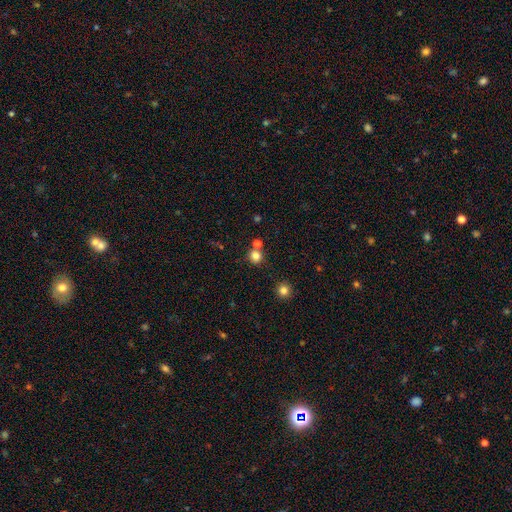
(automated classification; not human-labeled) Morphology: type=smooth (80%); roundness=round (89%); merging=none (73%).